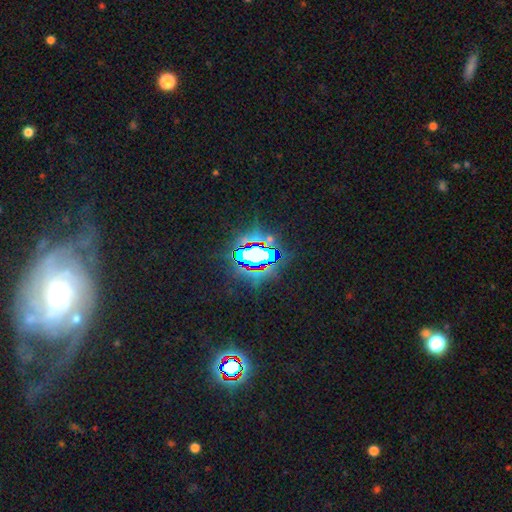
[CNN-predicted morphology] Smooth or featured? star or artifact (73%)